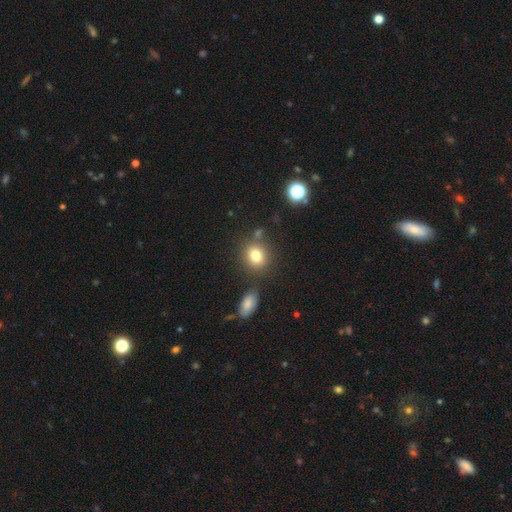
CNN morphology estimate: Smooth or featured: smooth — 80% (star or artifact — 11%)
How rounded: round — 68% (in between — 31%)
Merging: none — 75% (minor disturbance — 11%)